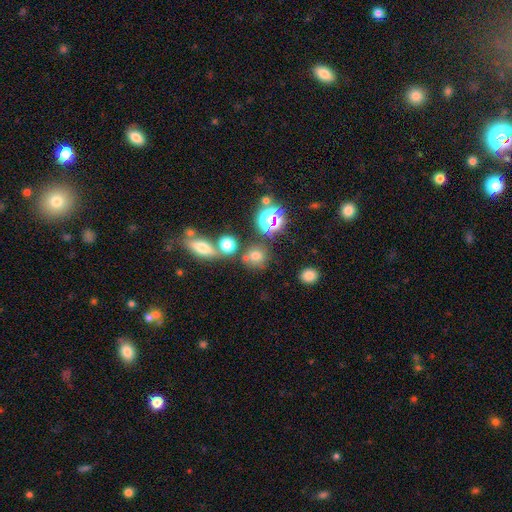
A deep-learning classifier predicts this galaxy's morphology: type=smooth (65%); roundness=round (84%); merging=none (66%).